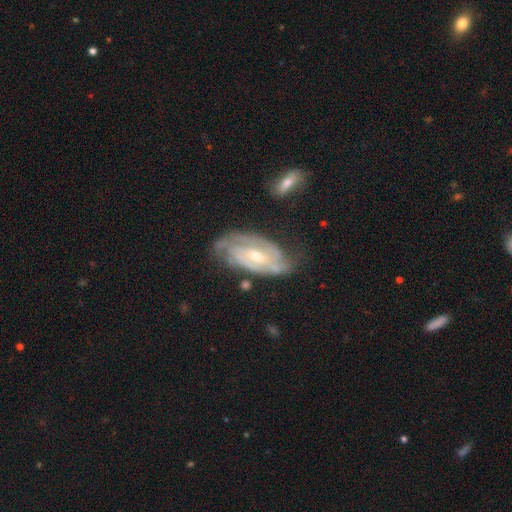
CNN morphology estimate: The model was most divided on "bulge size": moderate: 50%, small: 46%, large: 2%, none: 1%, dominant: 1%. Remaining: spiral arms — yes (96%); edge-on disk — no (95%); smooth or featured — featured or disk (86%); merging — none (65%); spiral winding — tight (64%); bar — weak (48%); spiral arm count — 2 (42%).